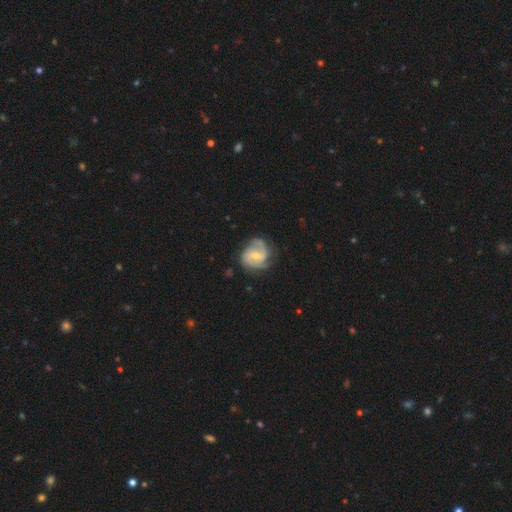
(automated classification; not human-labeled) Q: Smooth or featured?
A: featured or disk (84%); runner-up: smooth (10%)
Q: Edge-on disk?
A: no (98%); runner-up: yes (2%)
Q: Bar?
A: weak (45%); runner-up: no (43%)
Q: Spiral arms?
A: yes (96%); runner-up: no (4%)
Q: Spiral winding?
A: medium (45%); runner-up: tight (42%)
Q: Spiral arm count?
A: 2 (46%); runner-up: 3 (29%)
Q: Bulge size?
A: moderate (48%); tied with: small (48%)
Q: Merging?
A: none (69%); runner-up: minor disturbance (21%)